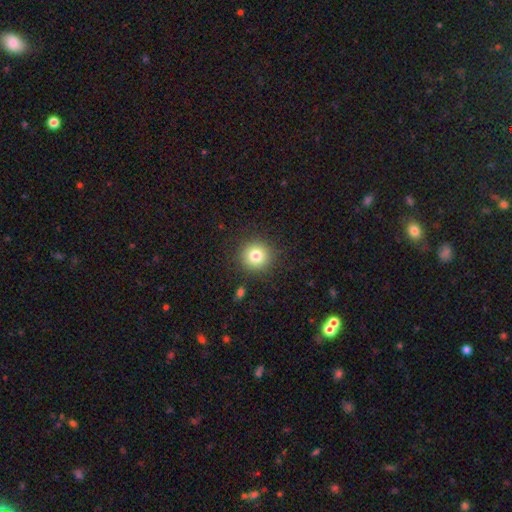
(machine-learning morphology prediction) Q: Smooth or featured?
A: smooth (80%); runner-up: star or artifact (12%)
Q: How rounded?
A: round (94%); runner-up: in between (5%)
Q: Merging?
A: none (89%); runner-up: minor disturbance (7%)